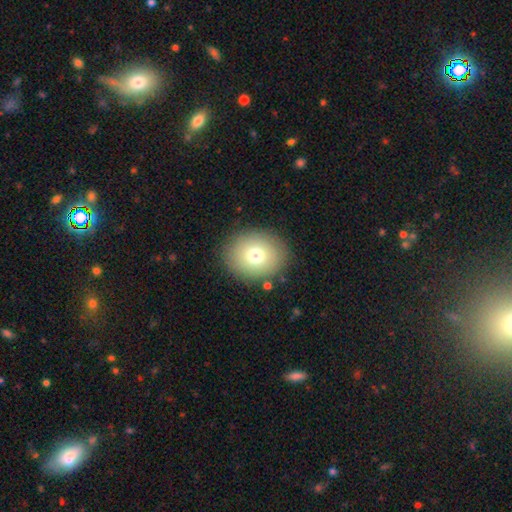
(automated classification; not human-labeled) Q: Smooth or featured?
A: smooth (75%); runner-up: featured or disk (14%)
Q: How rounded?
A: round (69%); runner-up: in between (30%)
Q: Merging?
A: none (87%); runner-up: minor disturbance (8%)